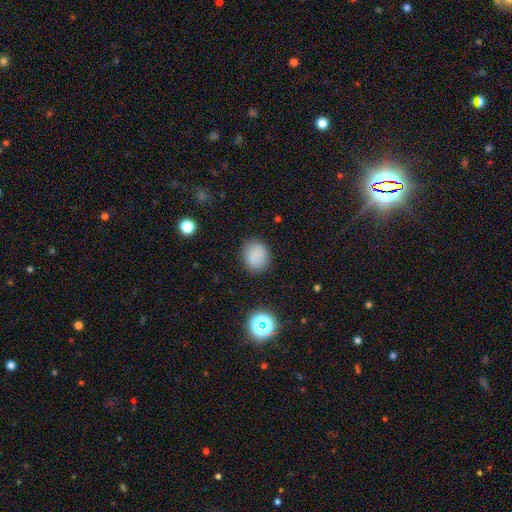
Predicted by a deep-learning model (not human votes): Q: Smooth or featured?
A: smooth (83%); runner-up: star or artifact (12%)
Q: How rounded?
A: round (69%); runner-up: in between (30%)
Q: Merging?
A: none (85%); runner-up: minor disturbance (11%)